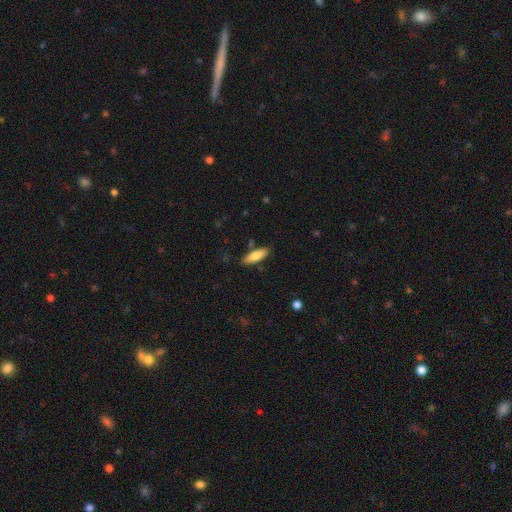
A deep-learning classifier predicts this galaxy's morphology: This is likely a smooth galaxy (79%). How rounded: possibly in between (52%). Merging: clearly none (83%).